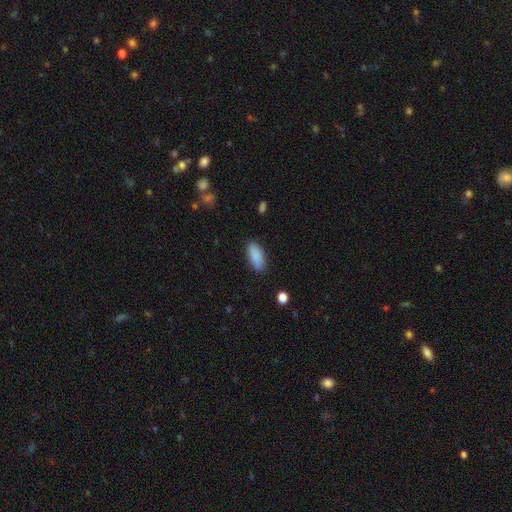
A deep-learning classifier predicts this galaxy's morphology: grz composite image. It shows a smooth galaxy with no disk features (89%) that is in between round and cigar-shaped (85%). Merging: none (87%).